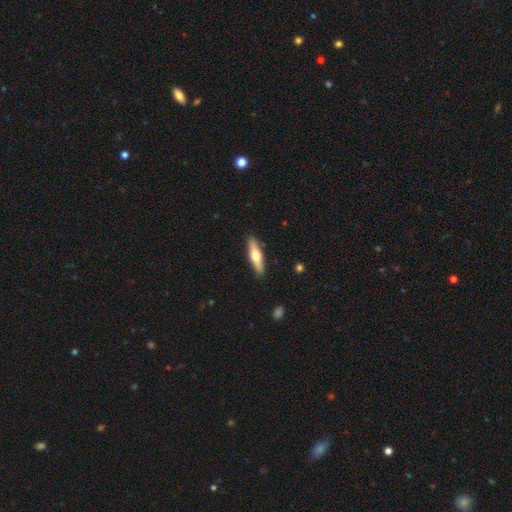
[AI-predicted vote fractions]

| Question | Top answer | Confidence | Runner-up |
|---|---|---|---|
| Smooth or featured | smooth | 52% | featured or disk (43%) |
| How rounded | cigar-shaped | 69% | in between (29%) |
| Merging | none | 89% | minor disturbance (8%) |